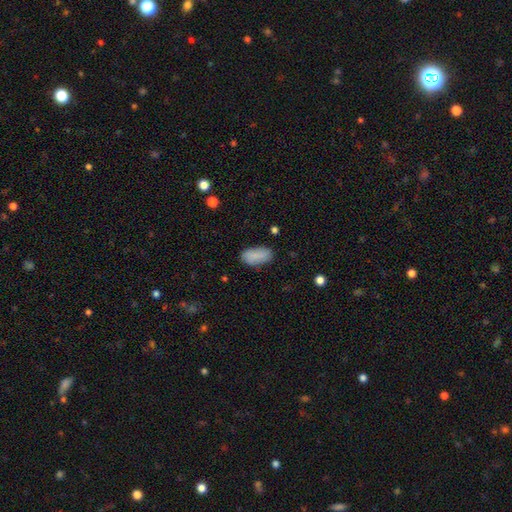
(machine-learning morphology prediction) A smooth galaxy with no disk features (85%) that is in between round and cigar-shaped (92%).

Vote fractions:
- Smooth or featured? smooth: 85% / featured or disk: 8% / star or artifact: 7%
- How rounded? in between: 92% / cigar-shaped: 6% / round: 3%
- Merging? none: 80% / minor disturbance: 15% / major disturbance: 3% / merger: 2%